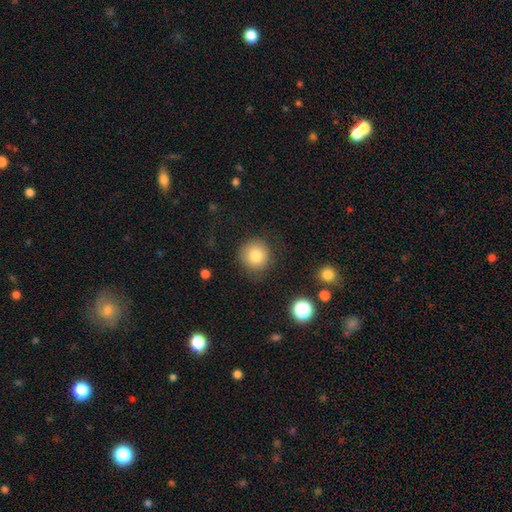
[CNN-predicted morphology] Smooth or featured?
  - smooth: 81% *
  - star or artifact: 10%
  - featured or disk: 9%
How rounded?
  - round: 91% *
  - in between: 8%
  - cigar-shaped: 1%
Merging?
  - none: 81% *
  - minor disturbance: 13%
  - major disturbance: 4%
  - merger: 2%